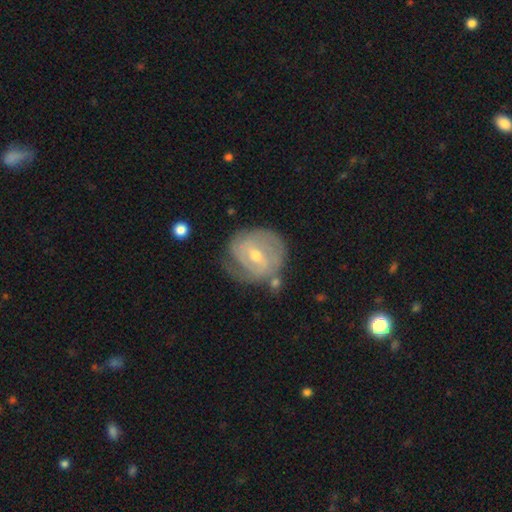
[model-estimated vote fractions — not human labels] This appears to be a featured or disk galaxy (81%) with a weak bar (55%), 2 (35%) tight (67%) spiral arms (91%) and a moderate central bulge (57%). Merging: none (66%).